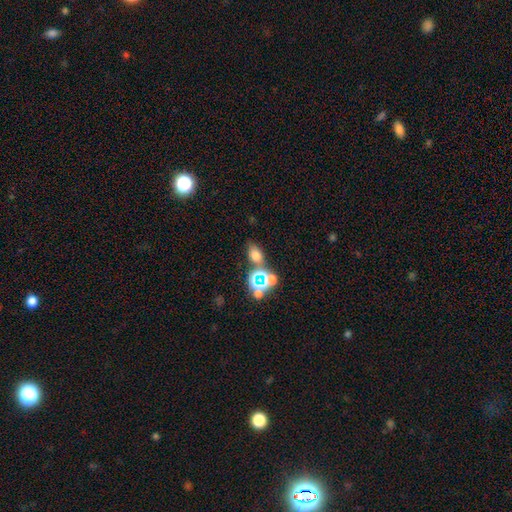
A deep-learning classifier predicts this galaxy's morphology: This appears to be a smooth galaxy with no disk features (63%) that is in between round and cigar-shaped (74%). Merging: none (62%).